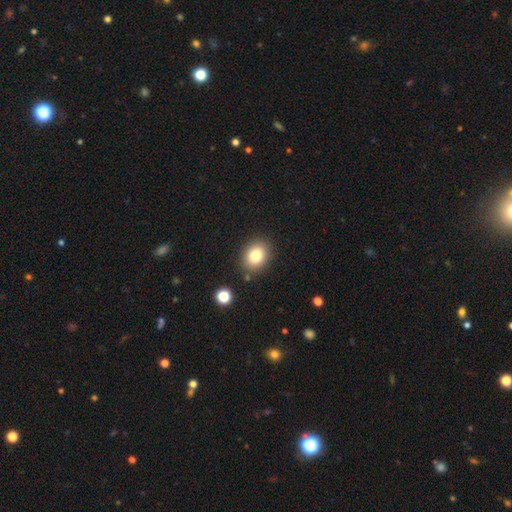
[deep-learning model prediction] Smooth or featured?
  - smooth: 81% *
  - star or artifact: 10%
  - featured or disk: 8%
How rounded?
  - round: 52% *
  - in between: 48%
  - cigar-shaped: 1%
Merging?
  - none: 85% *
  - minor disturbance: 9%
  - merger: 3%
  - major disturbance: 3%